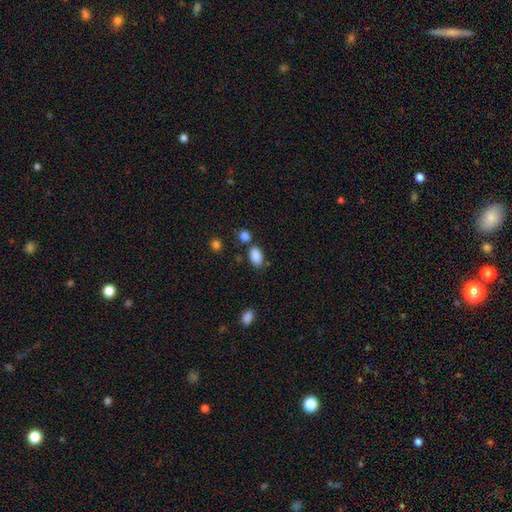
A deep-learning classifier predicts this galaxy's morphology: This appears to be a smooth galaxy with no disk features (88%) that is in between round and cigar-shaped (91%). Merging: none (68%).